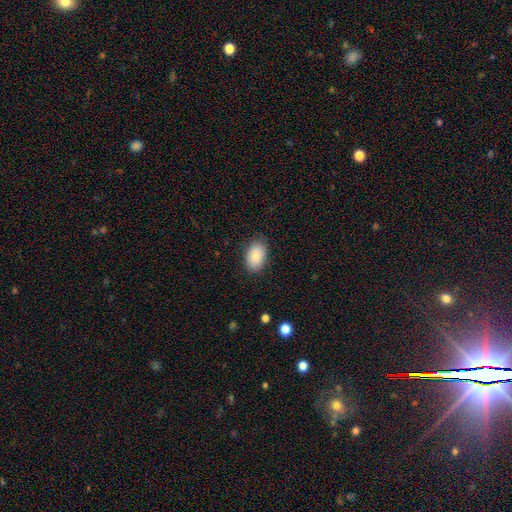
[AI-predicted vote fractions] A smooth galaxy with no disk features (89%) that is in between round and cigar-shaped (92%).

Vote fractions:
- Smooth or featured? smooth: 89% / star or artifact: 7% / featured or disk: 5%
- How rounded? in between: 92% / round: 7% / cigar-shaped: 1%
- Merging? none: 84% / minor disturbance: 12% / major disturbance: 3% / merger: 1%